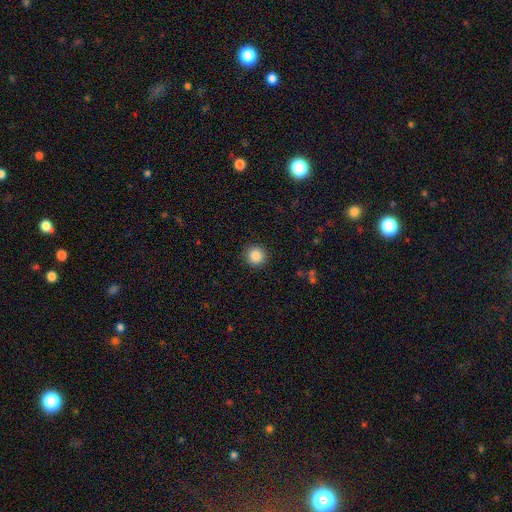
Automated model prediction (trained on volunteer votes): This appears to be a smooth galaxy with no disk features (86%) that is round (95%). Merging: none (91%).